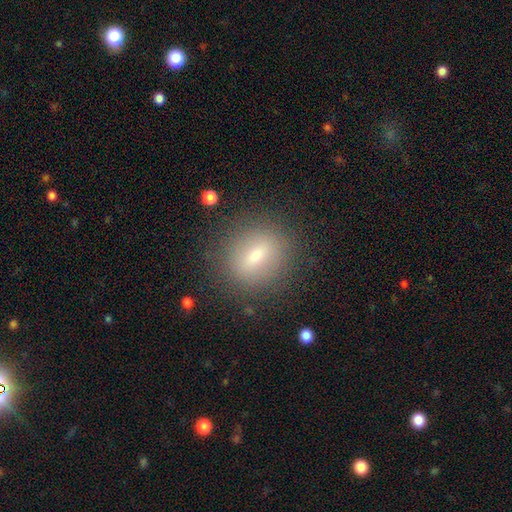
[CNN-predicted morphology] smooth 64%, featured or disk 25%, star or artifact 11%. Down the decision tree: how rounded — round (58%); merging — none (85%).